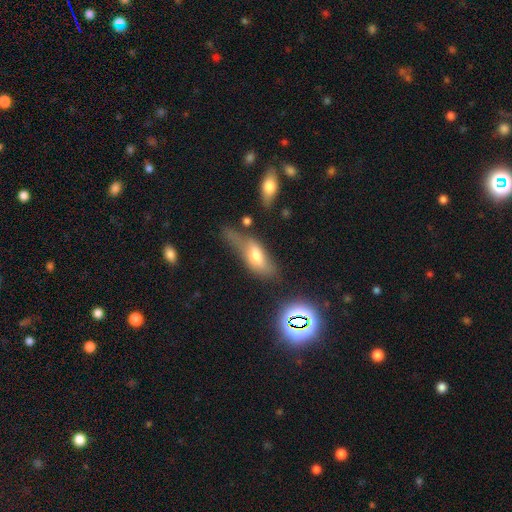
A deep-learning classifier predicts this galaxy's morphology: The model was most divided on "merging": none: 35%, minor disturbance: 30%, major disturbance: 24%, merger: 10%. More confident: how rounded — in between (76%); smooth or featured — smooth (59%).